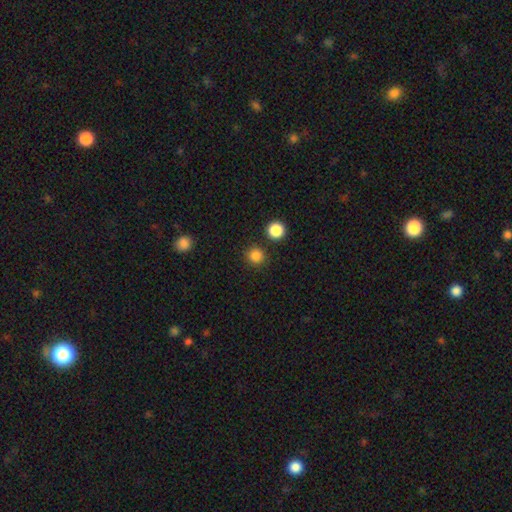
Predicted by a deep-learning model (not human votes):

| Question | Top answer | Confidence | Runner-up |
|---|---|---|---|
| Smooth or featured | smooth | 84% | star or artifact (13%) |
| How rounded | round | 94% | in between (6%) |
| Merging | none | 86% | minor disturbance (6%) |